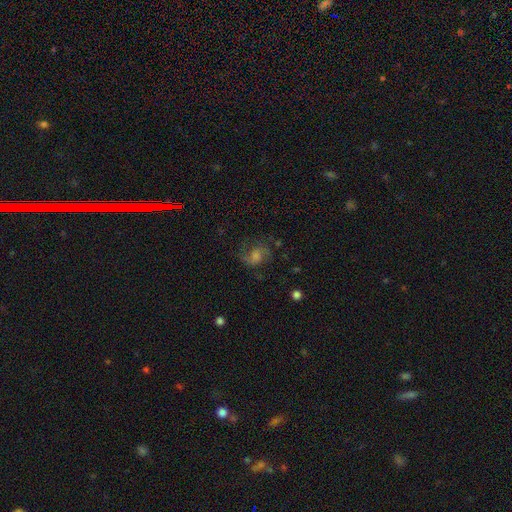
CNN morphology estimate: Smooth or featured? Predicted: featured or disk (p=0.58). Edge-on disk? Predicted: no (p=0.97). Bar? Predicted: no (p=0.56). Spiral arms? Predicted: yes (p=0.88). Bulge size? Predicted: moderate (p=0.35). Merging? Predicted: none (p=0.64).